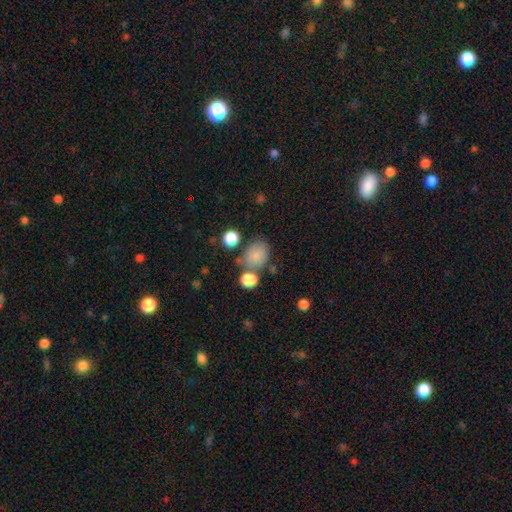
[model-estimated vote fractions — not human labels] Smooth or featured: smooth — 82% (star or artifact — 10%)
How rounded: in between — 57% (round — 42%)
Merging: none — 53% (merger — 20%)